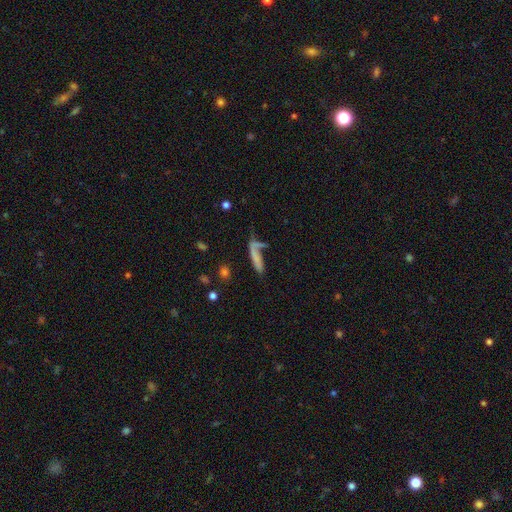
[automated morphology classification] Smooth or featured? smooth (63%)
How rounded? cigar-shaped (77%)
Merging? none (45%)